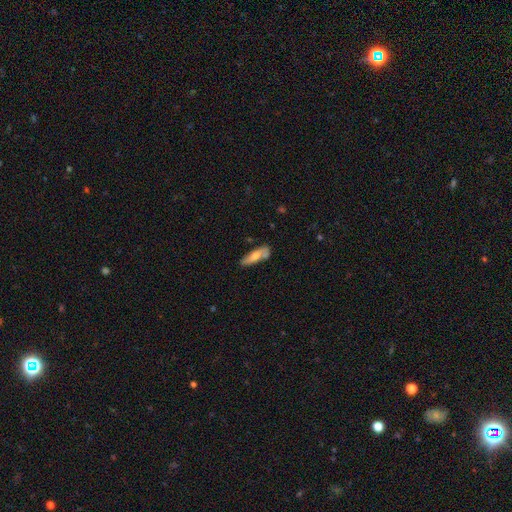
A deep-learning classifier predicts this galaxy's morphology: smooth_or_featured: smooth (p=0.60) [alt: featured or disk p=0.33]
how_rounded: cigar-shaped (p=0.54) [alt: in between p=0.43]
merging: none (p=0.58) [alt: minor disturbance p=0.24]